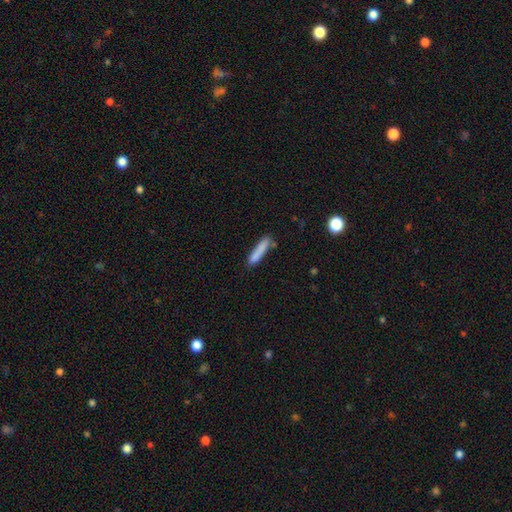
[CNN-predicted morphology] The model was most divided on "merging": none: 77%, minor disturbance: 16%, merger: 4%, major disturbance: 3%. More confident: how rounded — cigar-shaped (89%); smooth or featured — smooth (84%).